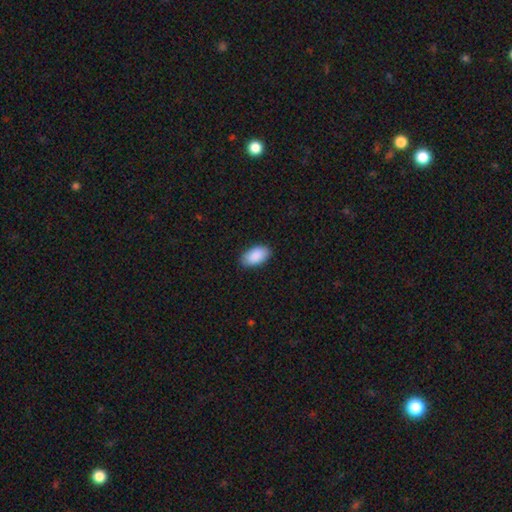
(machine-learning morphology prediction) smooth-or-featured: smooth: 91% | star or artifact: 6% | featured or disk: 3%
  how-rounded: in between: 95% | round: 3% | cigar-shaped: 2%
  merging: none: 87% | minor disturbance: 10% | major disturbance: 2% | merger: 1%